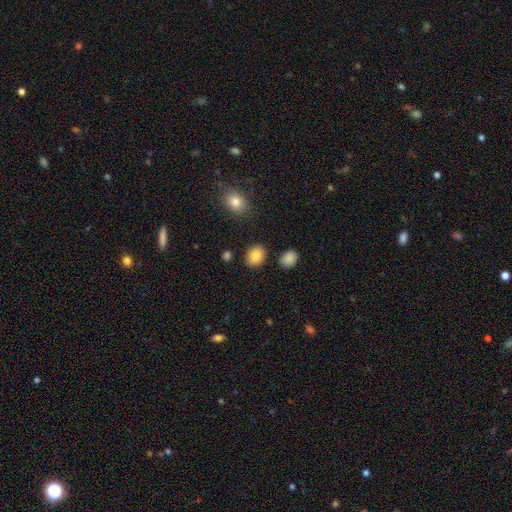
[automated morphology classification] Smooth or featured?
  - smooth: 87% *
  - star or artifact: 9%
  - featured or disk: 5%
How rounded?
  - in between: 53% *
  - round: 46%
  - cigar-shaped: 1%
Merging?
  - none: 86% *
  - minor disturbance: 8%
  - merger: 3%
  - major disturbance: 3%